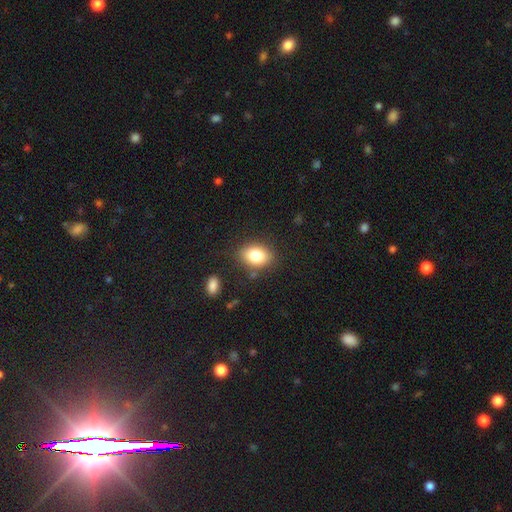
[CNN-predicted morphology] type=smooth (82%); roundness=in between (75%); merging=none (81%).